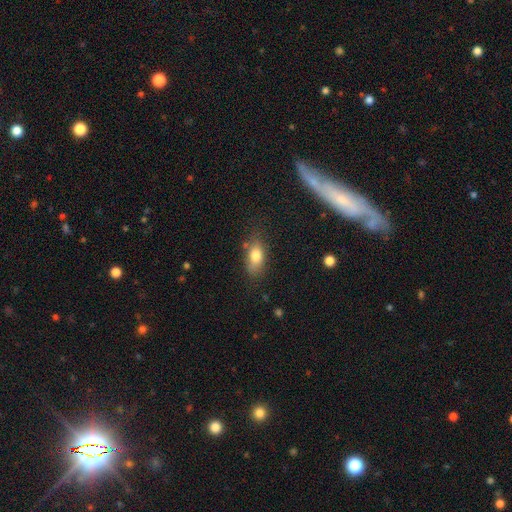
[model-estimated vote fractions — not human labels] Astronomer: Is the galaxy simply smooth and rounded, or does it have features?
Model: smooth — 78%.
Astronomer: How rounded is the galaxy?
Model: in between — 84%.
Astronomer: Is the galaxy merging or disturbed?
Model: none — 71%.